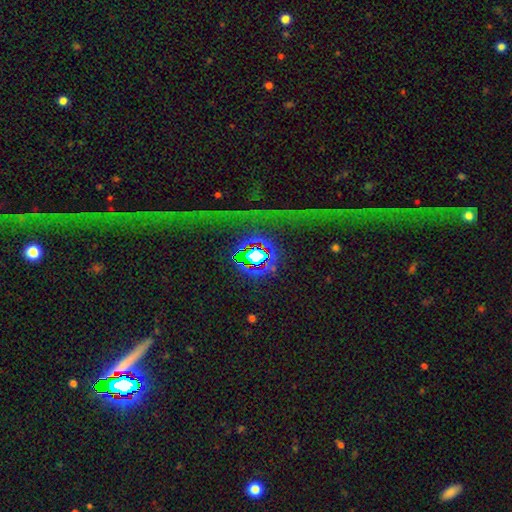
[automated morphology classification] The model was most divided on "smooth or featured": star or artifact: 75%, featured or disk: 12%, smooth: 12%.